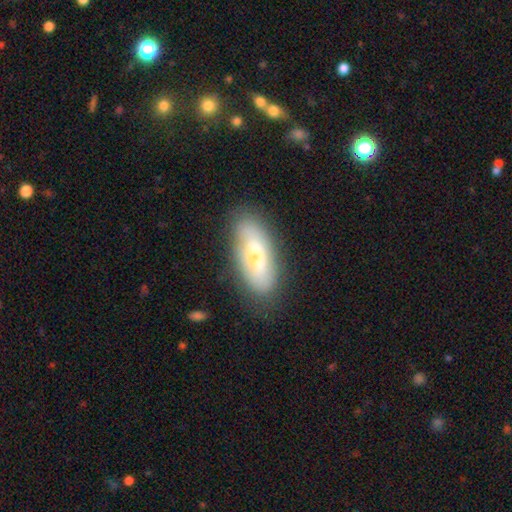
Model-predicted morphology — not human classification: Smooth or featured?
  - smooth: 60% *
  - featured or disk: 33%
  - star or artifact: 7%
How rounded?
  - in between: 71% *
  - cigar-shaped: 27%
  - round: 2%
Merging?
  - none: 79% *
  - minor disturbance: 15%
  - major disturbance: 4%
  - merger: 2%